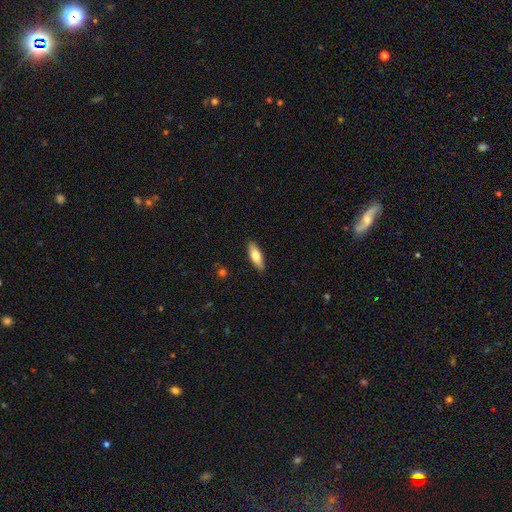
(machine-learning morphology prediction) smooth 70%, featured or disk 25%, star or artifact 6%. Down the decision tree: how rounded — in between (53%); merging — none (89%).